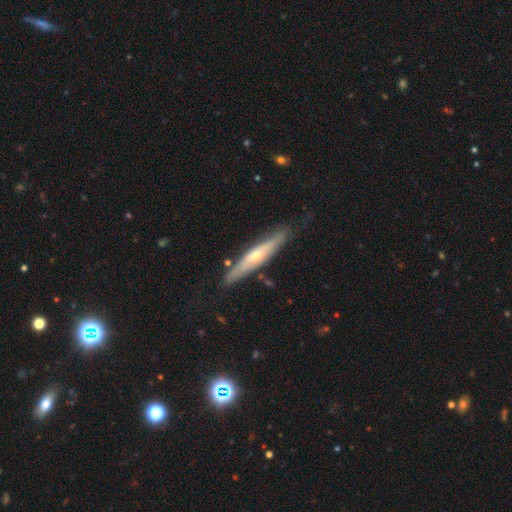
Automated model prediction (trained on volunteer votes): smooth_or_featured: featured or disk (p=0.61) [alt: smooth p=0.33]
disk_edge_on: yes (p=0.85) [alt: no p=0.15]
edge_on_bulge: rounded (p=0.73) [alt: none p=0.22]
merging: none (p=0.81) [alt: minor disturbance p=0.14]